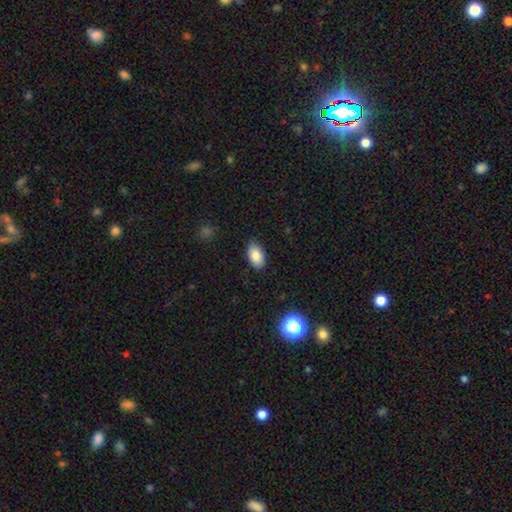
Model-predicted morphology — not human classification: A smooth galaxy with no disk features (86%) that is in between round and cigar-shaped (94%).

Vote fractions:
- Smooth or featured? smooth: 86% / star or artifact: 7% / featured or disk: 6%
- How rounded? in between: 94% / round: 4% / cigar-shaped: 2%
- Merging? none: 84% / minor disturbance: 13% / major disturbance: 2% / merger: 1%